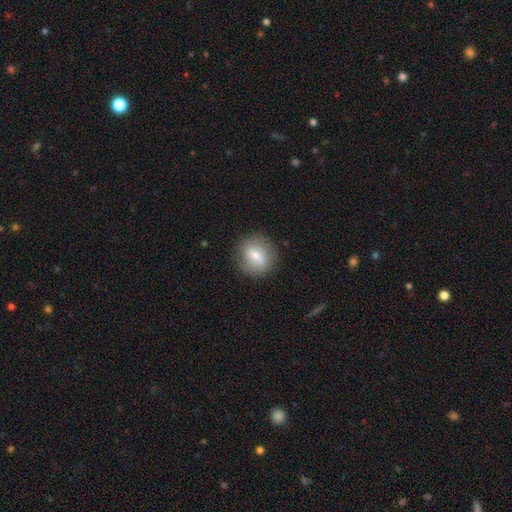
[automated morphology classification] smooth_or_featured: smooth (p=0.64) [alt: featured or disk p=0.27]
how_rounded: round (p=0.73) [alt: in between p=0.24]
merging: none (p=0.84) [alt: minor disturbance p=0.11]